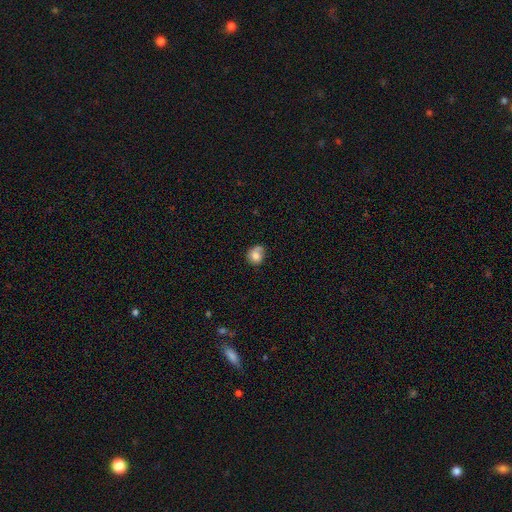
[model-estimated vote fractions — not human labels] Overall: smooth (77%). How rounded: round (70%). Merging: none (52%; minor disturbance 29%).